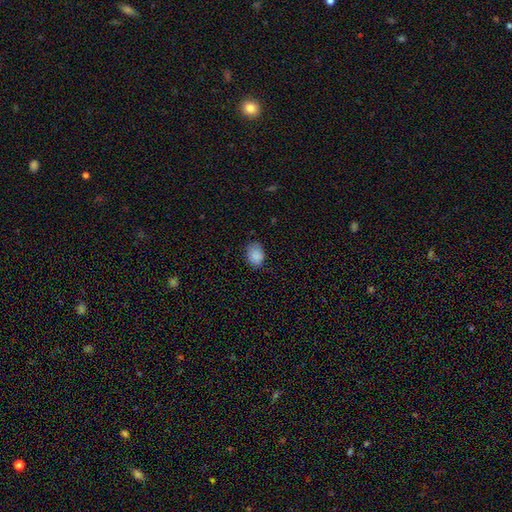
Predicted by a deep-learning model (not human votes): This is clearly a smooth galaxy (88%). How rounded: likely in between (71%). Merging: likely none (77%).